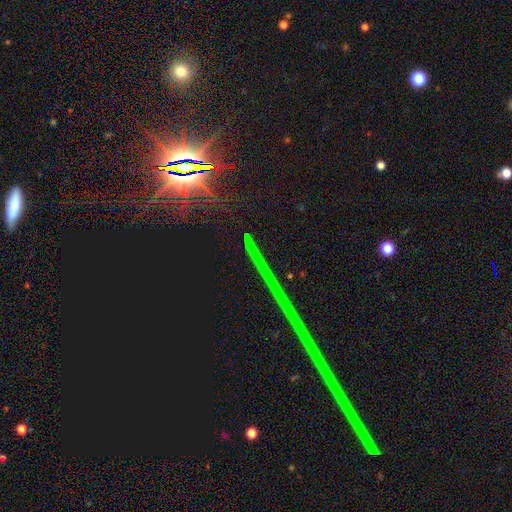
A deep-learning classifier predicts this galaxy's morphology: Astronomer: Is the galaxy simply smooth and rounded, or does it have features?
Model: star or artifact — 87%.